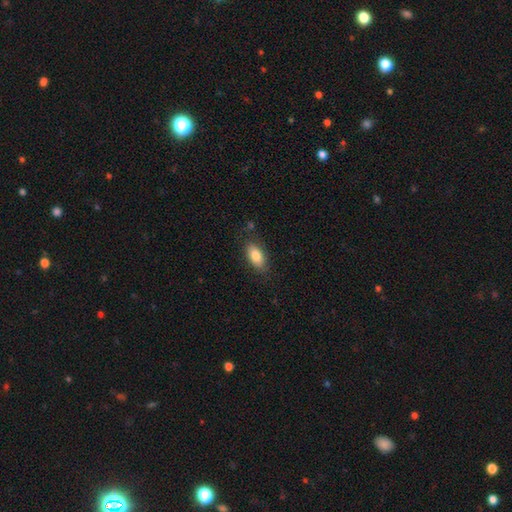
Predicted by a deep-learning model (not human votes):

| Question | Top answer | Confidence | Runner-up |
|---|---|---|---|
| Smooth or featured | smooth | 82% | featured or disk (11%) |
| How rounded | in between | 90% | cigar-shaped (6%) |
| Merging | none | 79% | minor disturbance (15%) |